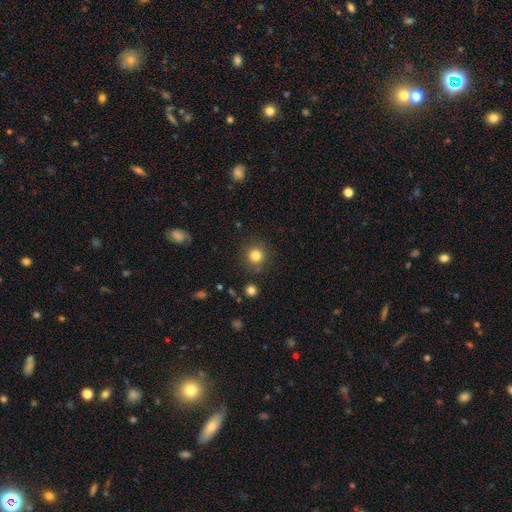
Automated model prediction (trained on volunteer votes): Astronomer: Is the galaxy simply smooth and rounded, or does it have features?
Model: smooth — 82%.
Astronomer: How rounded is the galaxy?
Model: round — 93%.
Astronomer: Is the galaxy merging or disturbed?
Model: none — 85%.